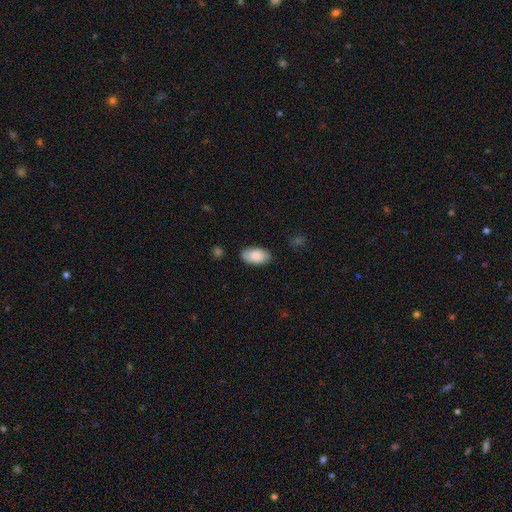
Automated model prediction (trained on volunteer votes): A smooth galaxy with no disk features (79%) that is in between round and cigar-shaped (95%).

Vote fractions:
- Smooth or featured? smooth: 79% / featured or disk: 14% / star or artifact: 6%
- How rounded? in between: 95% / round: 4% / cigar-shaped: 2%
- Merging? none: 84% / minor disturbance: 12% / major disturbance: 3% / merger: 1%